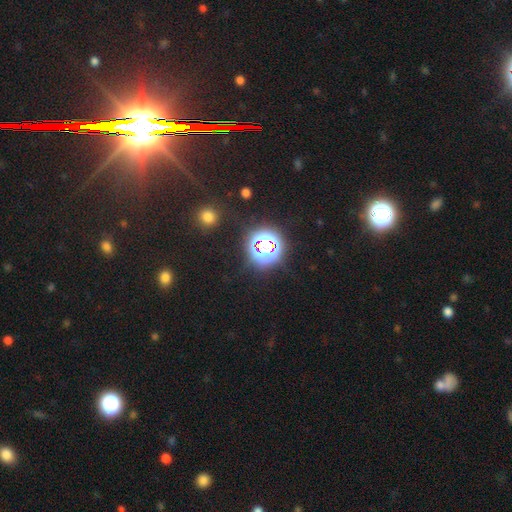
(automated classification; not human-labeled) star or artifact 73%, smooth 18%, featured or disk 9%.